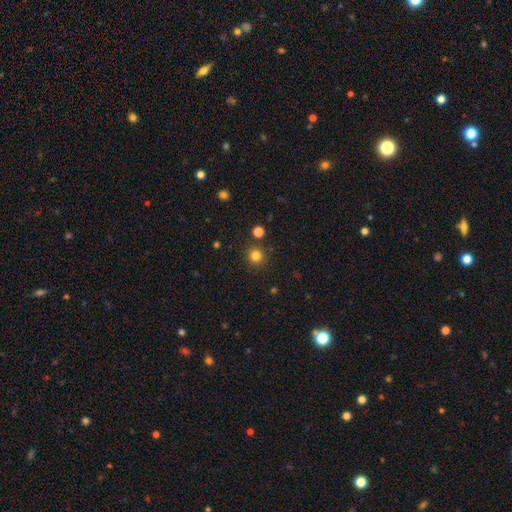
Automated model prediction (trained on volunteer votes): Smooth or featured: smooth — 80% (star or artifact — 15%)
How rounded: round — 93% (in between — 6%)
Merging: none — 88% (minor disturbance — 6%)